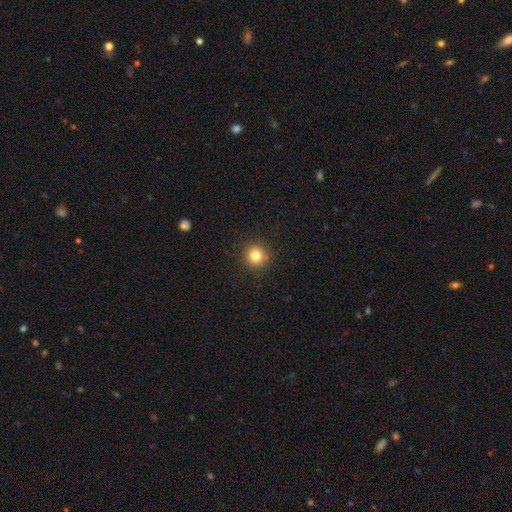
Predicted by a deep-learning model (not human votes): This is clearly a smooth galaxy (81%). How rounded: clearly round (94%). Merging: clearly none (90%).